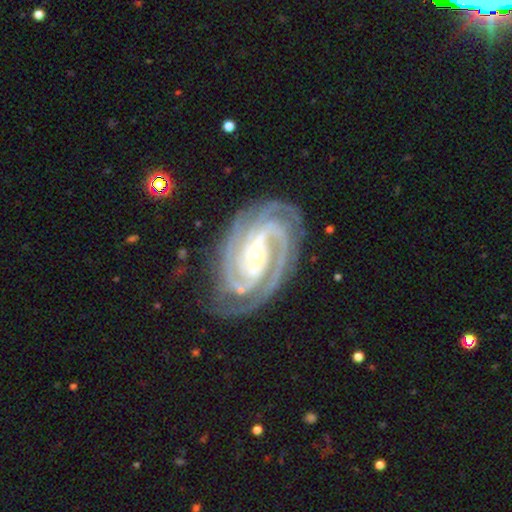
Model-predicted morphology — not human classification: featured or disk 94%, star or artifact 4%, smooth 2%. Down the decision tree: edge-on disk — no (97%); bar — strong (38%); spiral arms — yes (99%); spiral arm count — 3 (42%); spiral winding — tight (71%); bulge size — small (55%); merging — none (78%).